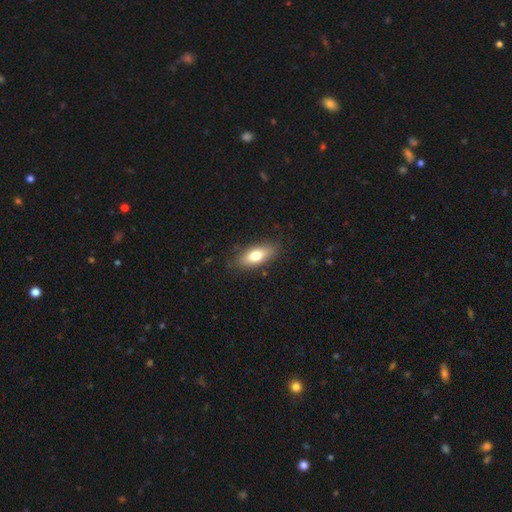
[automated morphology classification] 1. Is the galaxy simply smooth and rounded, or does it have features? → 72% smooth, 21% featured or disk, 7% star or artifact.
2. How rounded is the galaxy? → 77% in between, 19% cigar-shaped, 4% round.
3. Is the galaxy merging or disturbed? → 84% none, 12% minor disturbance, 3% major disturbance, 1% merger.